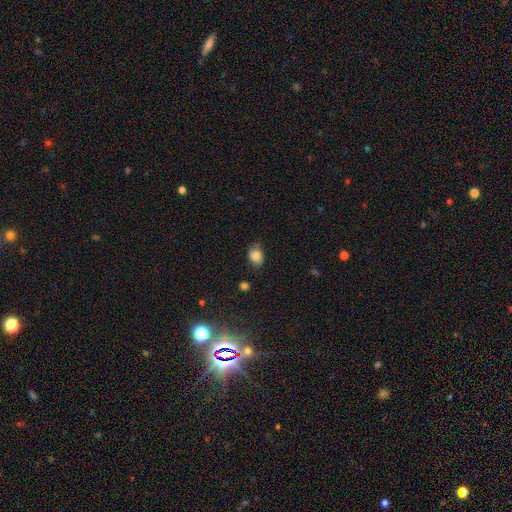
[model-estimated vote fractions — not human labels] Smooth or featured? smooth (81%)
How rounded? in between (65%)
Merging? none (71%)